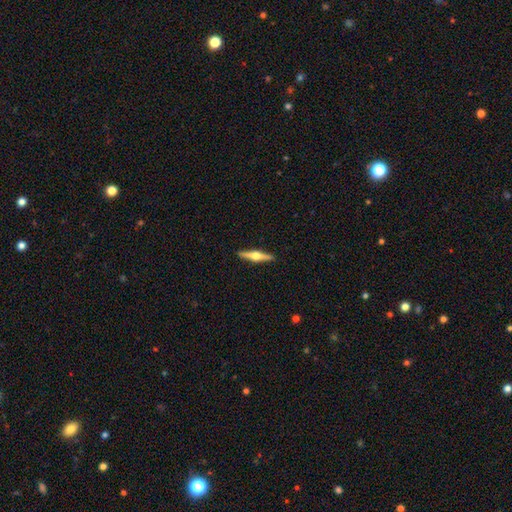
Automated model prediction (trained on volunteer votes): This is likely a featured or disk galaxy (74%). It is clearly viewed edge-on (98%). Edge-on bulge: clearly rounded (95%). Merging: clearly none (92%).